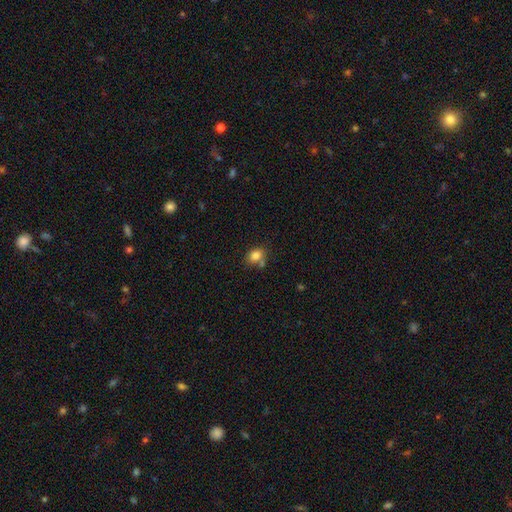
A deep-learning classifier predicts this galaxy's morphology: smooth-or-featured: smooth: 82% | star or artifact: 11% | featured or disk: 7%
  how-rounded: in between: 51% | round: 48% | cigar-shaped: 1%
  merging: none: 59% | minor disturbance: 18% | merger: 17% | major disturbance: 6%